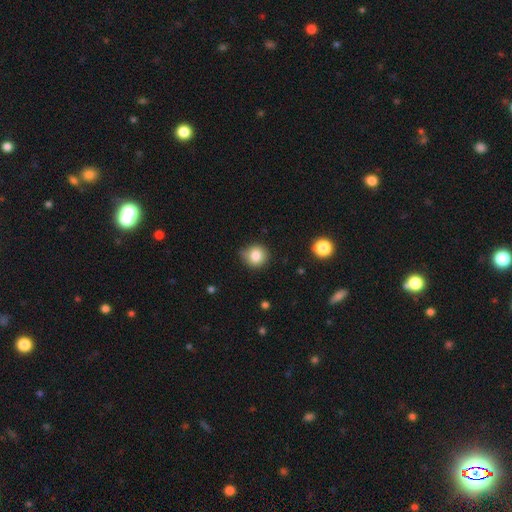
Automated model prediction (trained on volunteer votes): Overall: smooth (82%). How rounded: round (89%). Merging: none (73%).